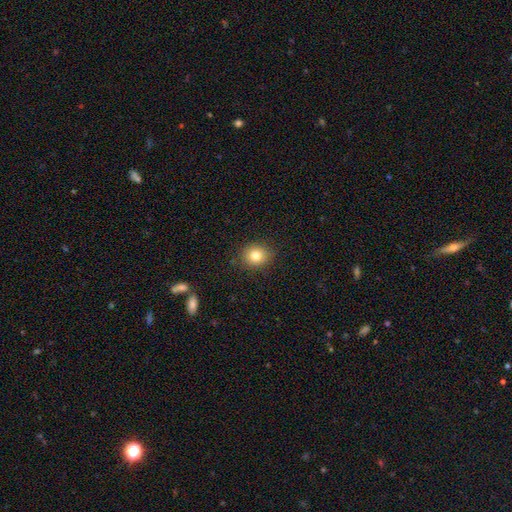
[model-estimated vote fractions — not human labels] This appears to be a smooth galaxy with no disk features (80%) that is round (77%). Merging: none (87%).